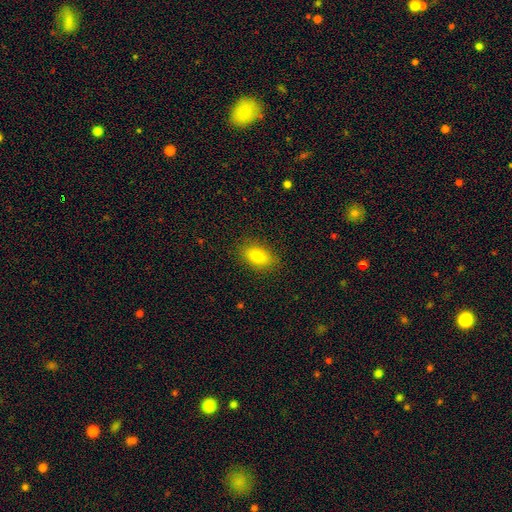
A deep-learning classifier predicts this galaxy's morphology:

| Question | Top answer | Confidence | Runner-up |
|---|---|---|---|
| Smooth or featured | smooth | 81% | star or artifact (10%) |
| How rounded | in between | 85% | round (12%) |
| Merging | none | 87% | minor disturbance (10%) |